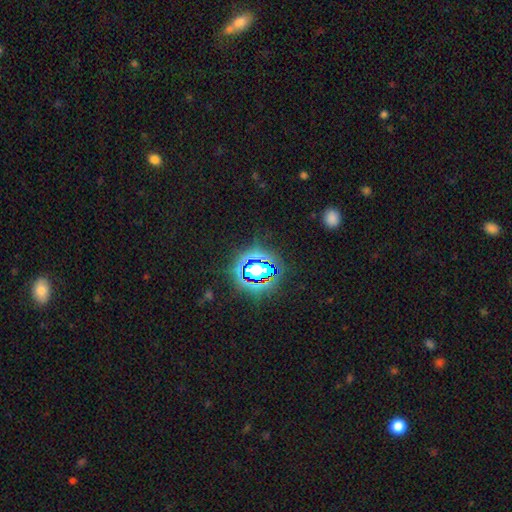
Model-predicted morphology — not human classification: A star or artifact, not a galaxy (78%).